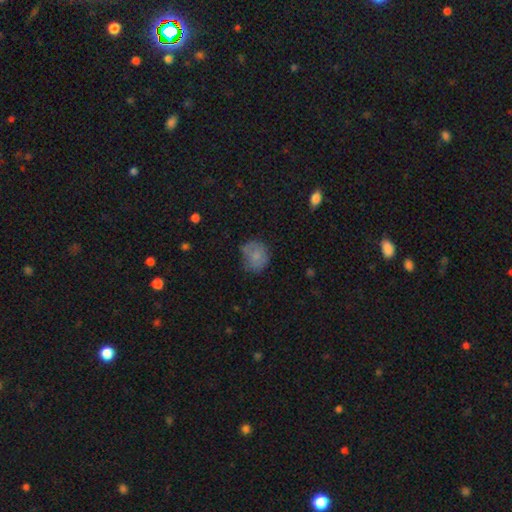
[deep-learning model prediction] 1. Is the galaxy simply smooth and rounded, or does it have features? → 74% smooth, 16% featured or disk, 9% star or artifact.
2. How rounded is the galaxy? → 74% round, 25% in between, 1% cigar-shaped.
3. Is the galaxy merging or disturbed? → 60% none, 27% minor disturbance, 9% major disturbance, 4% merger.